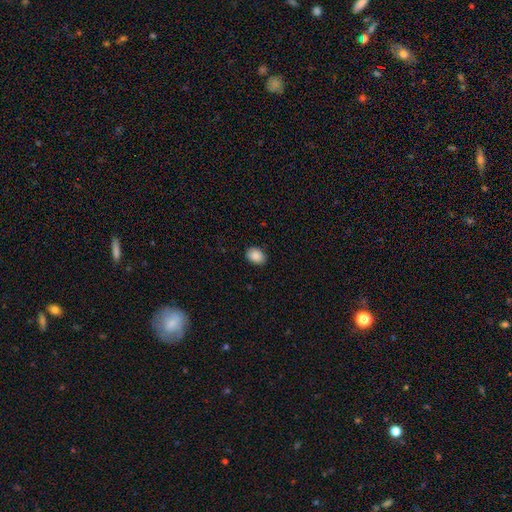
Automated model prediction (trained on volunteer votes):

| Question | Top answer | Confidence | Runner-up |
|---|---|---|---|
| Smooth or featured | smooth | 89% | star or artifact (8%) |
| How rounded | in between | 73% | round (26%) |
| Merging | none | 88% | minor disturbance (9%) |